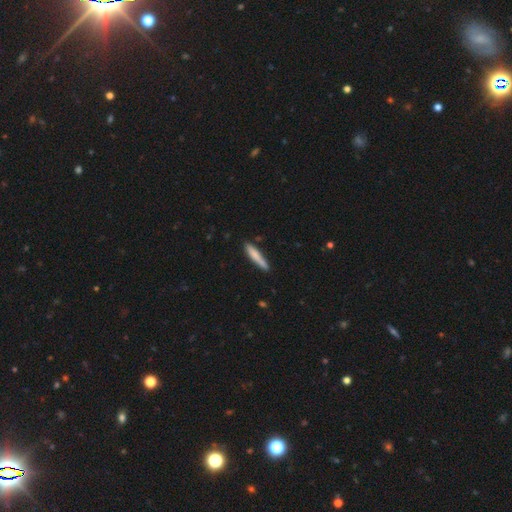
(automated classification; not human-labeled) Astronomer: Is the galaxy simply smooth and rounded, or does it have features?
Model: smooth — 77%.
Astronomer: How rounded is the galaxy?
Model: cigar-shaped — 92%.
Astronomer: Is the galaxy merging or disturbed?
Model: none — 83%.